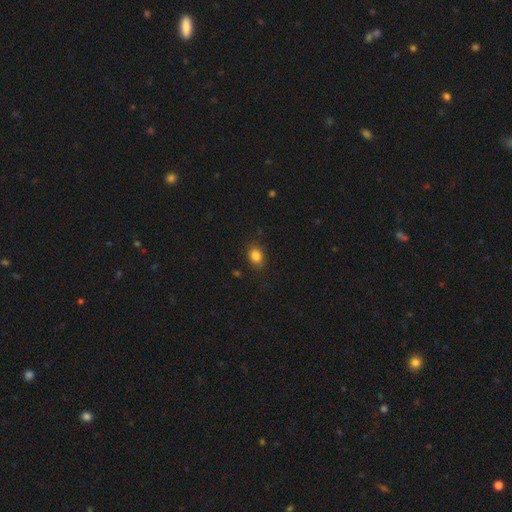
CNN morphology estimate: Smooth or featured? Predicted: smooth (p=0.84). How rounded? Predicted: in between (p=0.59). Merging? Predicted: none (p=0.85).